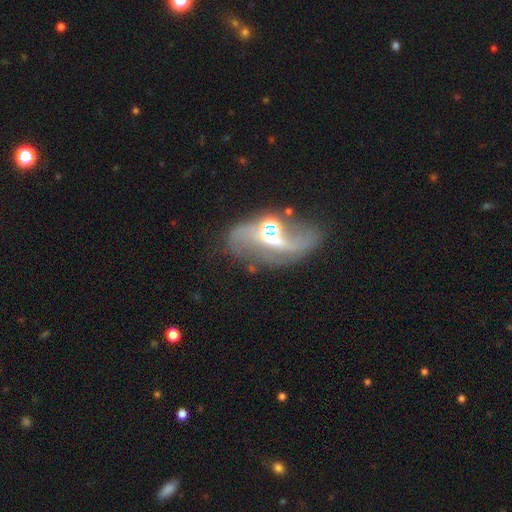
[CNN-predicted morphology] Q: Smooth or featured?
A: featured or disk (80%); runner-up: smooth (11%)
Q: Edge-on disk?
A: no (95%); runner-up: yes (5%)
Q: Bar?
A: weak (42%); runner-up: no (37%)
Q: Spiral arms?
A: yes (84%); runner-up: no (16%)
Q: Spiral winding?
A: loose (78%); runner-up: medium (17%)
Q: Spiral arm count?
A: 2 (76%); runner-up: 1 (14%)
Q: Bulge size?
A: moderate (54%); runner-up: small (24%)
Q: Merging?
A: none (42%); runner-up: major disturbance (23%)